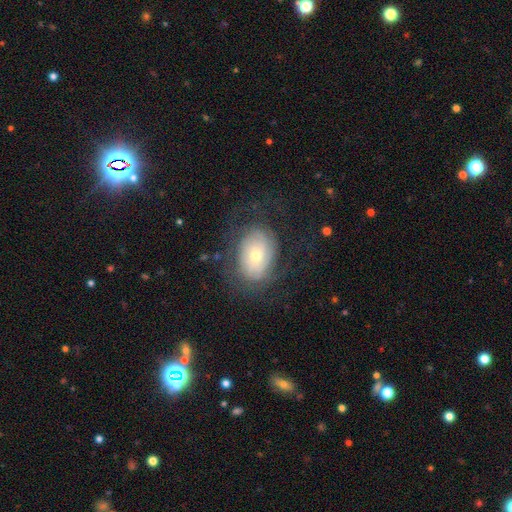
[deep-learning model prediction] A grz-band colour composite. It shows a featured or disk galaxy (58%) with no bar (80%), spiral arms (76%) and a small central bulge (50%). Merging: none (67%).